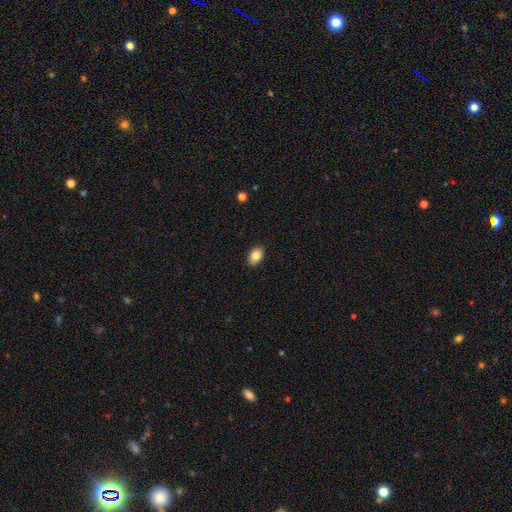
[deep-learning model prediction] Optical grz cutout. It shows a smooth galaxy with no disk features (83%) that is in between round and cigar-shaped (85%). Merging: none (88%).